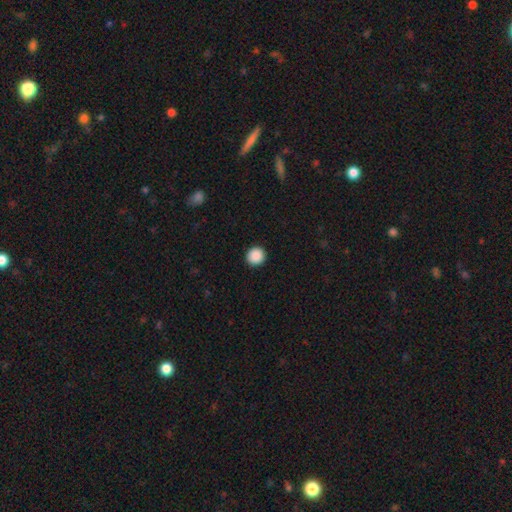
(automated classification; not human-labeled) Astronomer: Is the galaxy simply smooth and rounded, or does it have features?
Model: smooth — 89%.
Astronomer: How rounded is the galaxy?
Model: round — 94%.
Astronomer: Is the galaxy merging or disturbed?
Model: none — 93%.